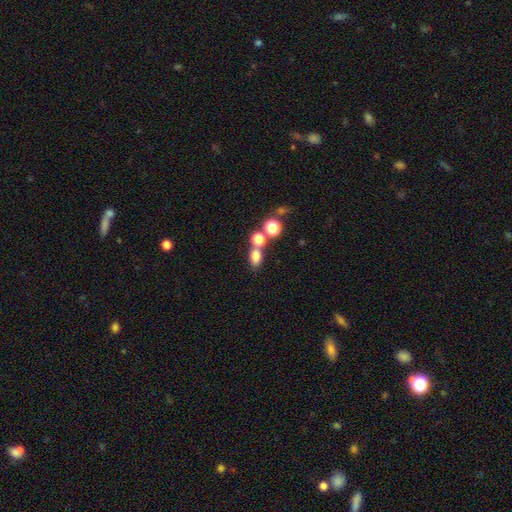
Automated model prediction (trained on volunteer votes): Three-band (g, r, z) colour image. It shows a smooth galaxy with no disk features (76%) that is in between round and cigar-shaped (69%). Merging: none (53%).